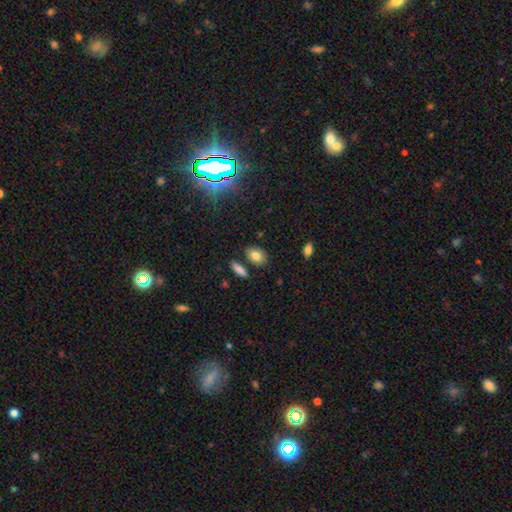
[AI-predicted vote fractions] Overall: smooth (80%). How rounded: in between (82%). Merging: none (78%).